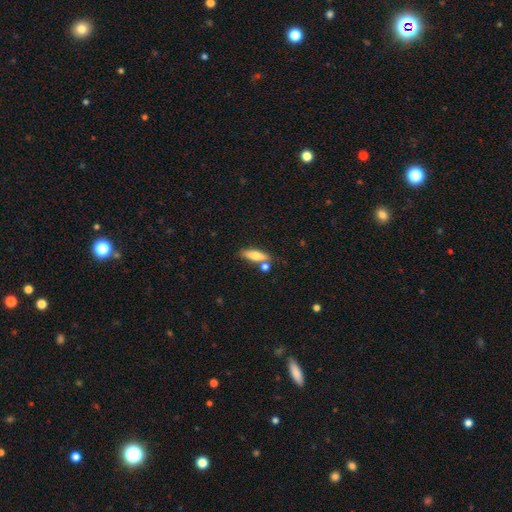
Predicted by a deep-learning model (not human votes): This appears to be a smooth galaxy with no disk features (72%) that is in between round and cigar-shaped (50%). Merging: none (66%).